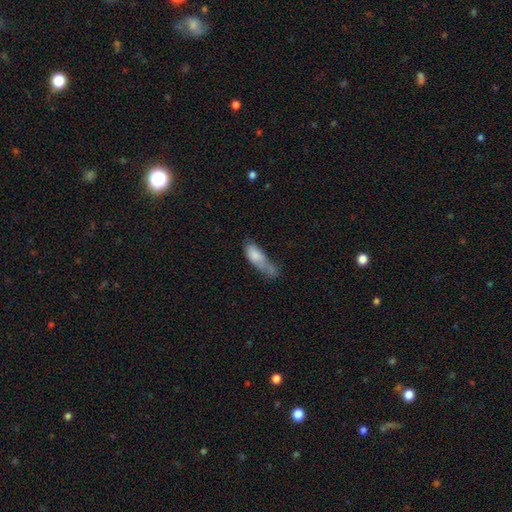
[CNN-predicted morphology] smooth_or_featured: smooth (p=0.75) [alt: featured or disk p=0.17]
how_rounded: in between (p=0.64) [alt: cigar-shaped p=0.33]
merging: major disturbance (p=0.33) [alt: minor disturbance p=0.31]